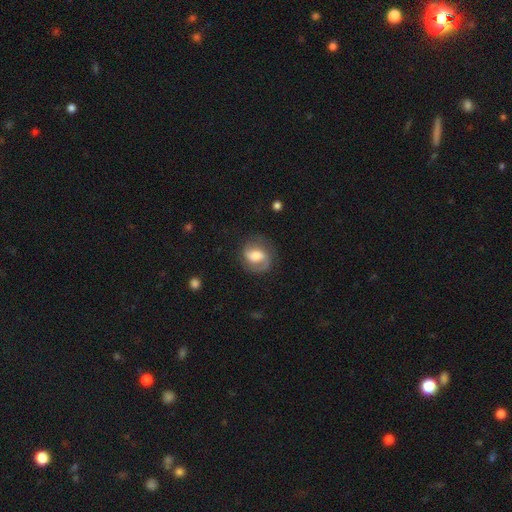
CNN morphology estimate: Smooth or featured?
  - featured or disk: 69% *
  - smooth: 24%
  - star or artifact: 7%
Edge-on disk?
  - no: 97% *
  - yes: 3%
Bar?
  - weak: 48% *
  - no: 32%
  - strong: 20%
Spiral arms?
  - yes: 92% *
  - no: 8%
Spiral winding?
  - medium: 49% *
  - loose: 26%
  - tight: 25%
Spiral arm count?
  - 2: 77% *
  - 1: 14%
  - can't tell: 6%
  - 3: 1%
  - 4: 1%
  - more than 4: 1%
Bulge size?
  - moderate: 52% *
  - large: 23%
  - small: 18%
  - none: 4%
  - dominant: 3%
Merging?
  - none: 73% *
  - minor disturbance: 17%
  - major disturbance: 9%
  - merger: 1%